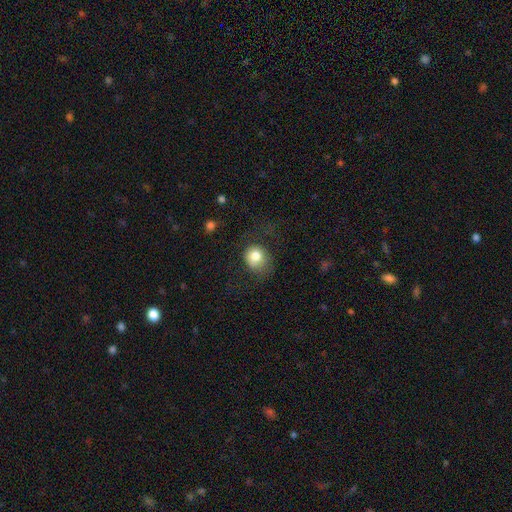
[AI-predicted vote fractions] Smooth or featured: smooth — 80% (featured or disk — 10%)
How rounded: round — 75% (in between — 24%)
Merging: none — 58% (minor disturbance — 22%)